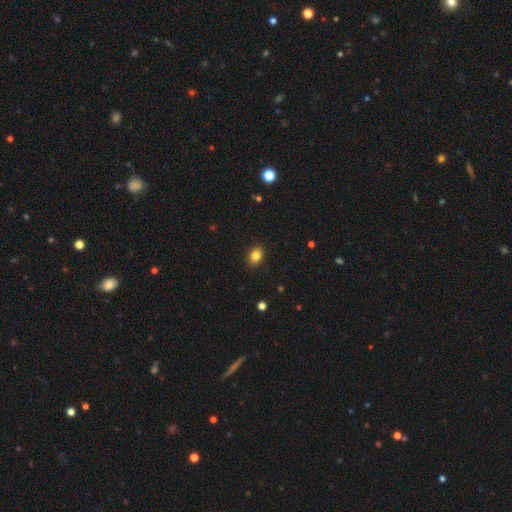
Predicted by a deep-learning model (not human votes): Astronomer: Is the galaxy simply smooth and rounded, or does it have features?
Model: smooth — 84%.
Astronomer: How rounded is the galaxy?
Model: in between — 56% (runner-up: round, 43%).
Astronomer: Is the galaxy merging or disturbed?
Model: none — 90%.